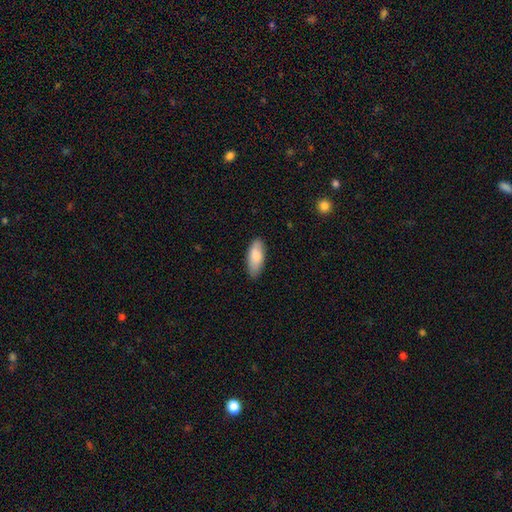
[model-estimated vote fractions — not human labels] This is clearly a smooth galaxy (82%). How rounded: clearly in between (83%). Merging: clearly none (84%).